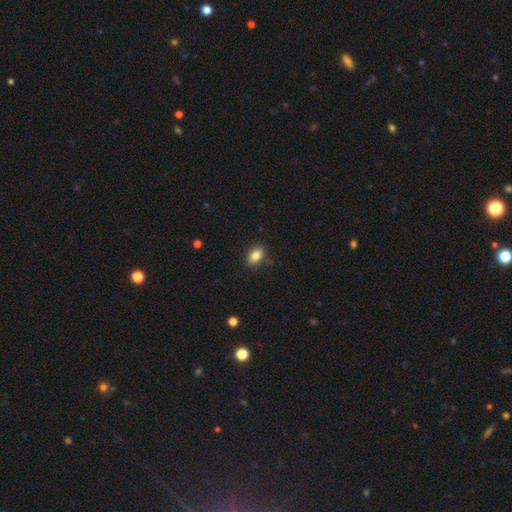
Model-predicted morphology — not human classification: Overall: smooth (84%). How rounded: in between (85%). Merging: none (86%).